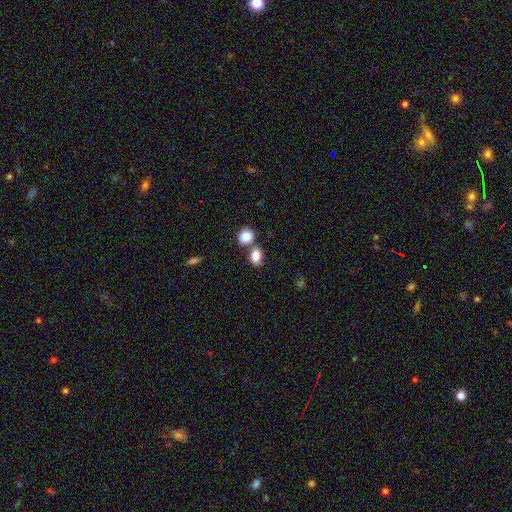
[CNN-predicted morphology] Smooth or featured?
  - smooth: 86% *
  - star or artifact: 8%
  - featured or disk: 6%
How rounded?
  - in between: 71% *
  - round: 28%
  - cigar-shaped: 2%
Merging?
  - none: 46% *
  - merger: 40%
  - minor disturbance: 10%
  - major disturbance: 4%